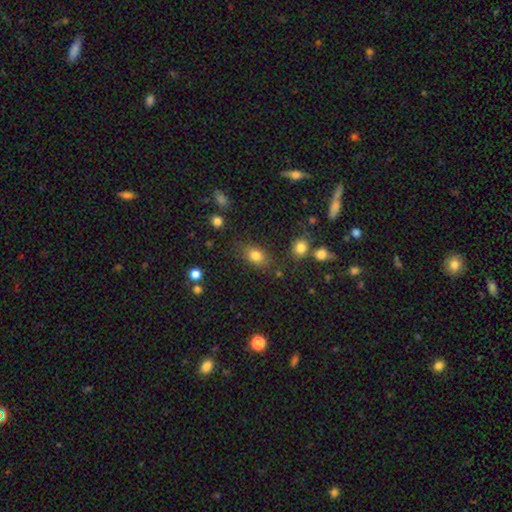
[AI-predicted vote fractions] smooth 80%, star or artifact 11%, featured or disk 8%. Down the decision tree: how rounded — in between (72%); merging — none (76%).